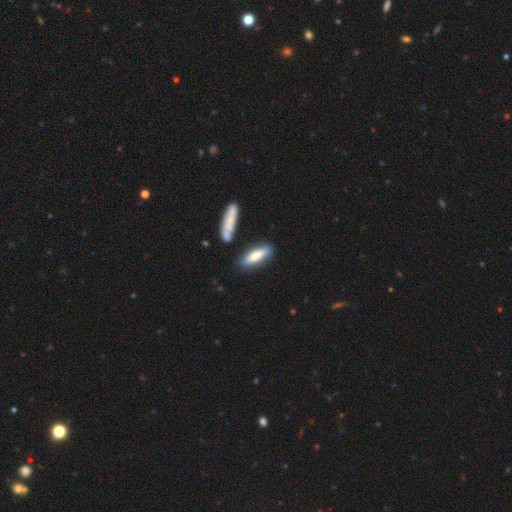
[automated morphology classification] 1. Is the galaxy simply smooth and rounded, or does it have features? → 74% smooth, 20% featured or disk, 6% star or artifact.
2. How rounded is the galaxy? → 58% cigar-shaped, 40% in between, 2% round.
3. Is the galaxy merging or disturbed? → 75% none, 14% minor disturbance, 8% merger, 3% major disturbance.